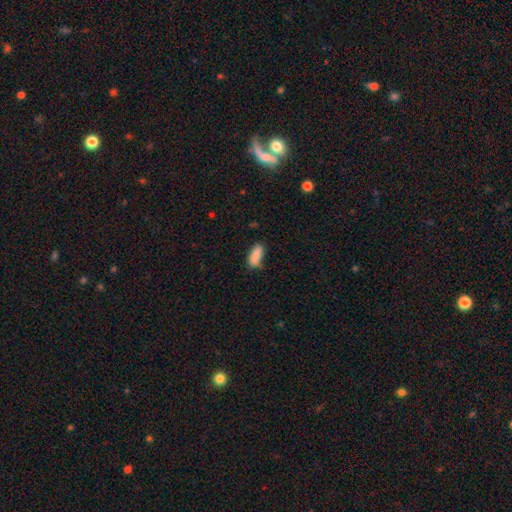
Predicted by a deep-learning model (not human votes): The model was most divided on "merging": none: 65%, minor disturbance: 27%, major disturbance: 5%, merger: 4%. More confident: smooth or featured — smooth (85%); how rounded — in between (82%).